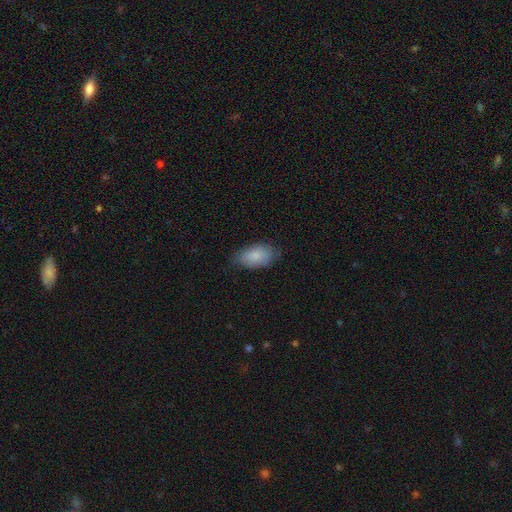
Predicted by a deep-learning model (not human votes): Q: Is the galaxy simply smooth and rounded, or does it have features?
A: smooth — 83%.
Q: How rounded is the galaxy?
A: in between — 93%.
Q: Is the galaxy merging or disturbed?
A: none — 71%.